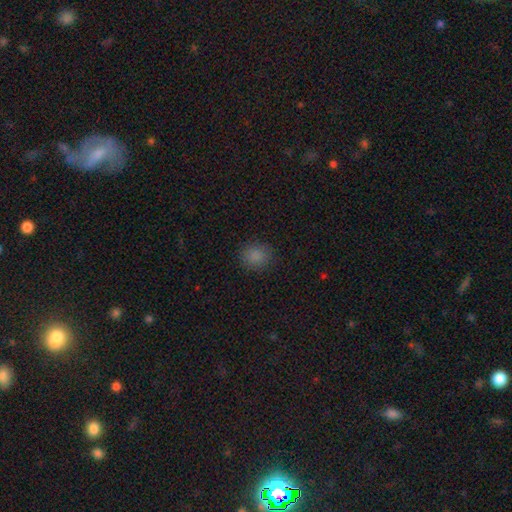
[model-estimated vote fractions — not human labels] smooth 85%, star or artifact 12%, featured or disk 4%. Down the decision tree: how rounded — round (81%); merging — none (87%).